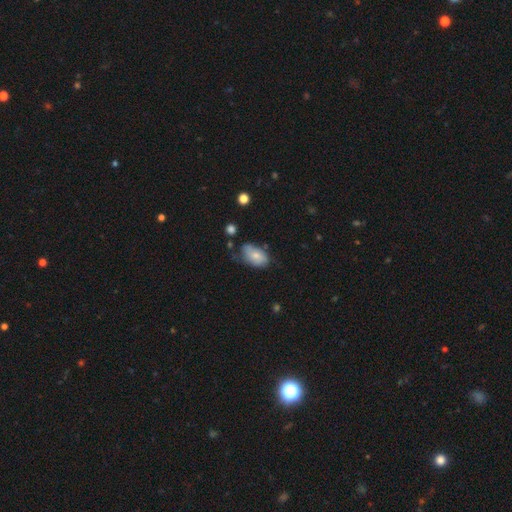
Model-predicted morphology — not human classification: Smooth or featured?
  - smooth: 65% *
  - featured or disk: 28%
  - star or artifact: 7%
How rounded?
  - in between: 91% *
  - round: 7%
  - cigar-shaped: 2%
Merging?
  - none: 48% *
  - minor disturbance: 37%
  - major disturbance: 11%
  - merger: 4%